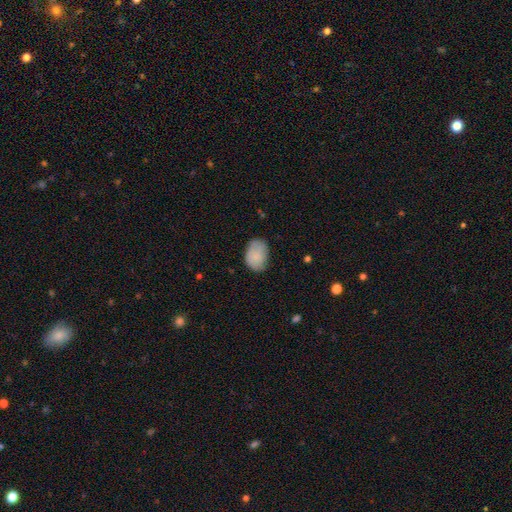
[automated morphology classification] This is clearly a smooth galaxy (84%). How rounded: clearly in between (82%). Merging: likely none (70%).